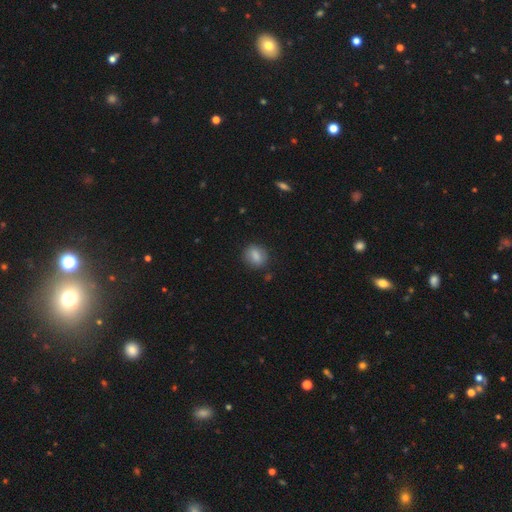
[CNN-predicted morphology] A smooth galaxy with no disk features (82%) that is round (51%). Merging: none (82%).